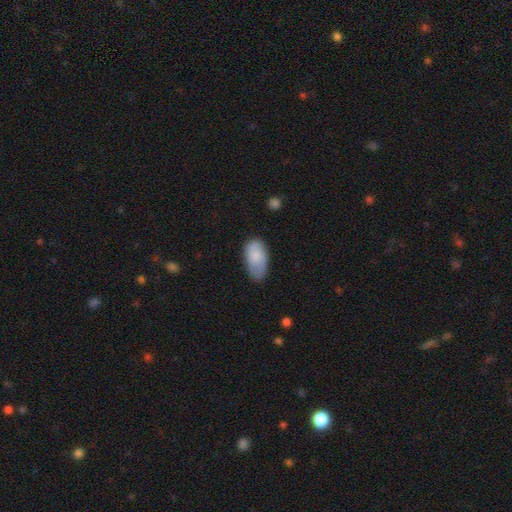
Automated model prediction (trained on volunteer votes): A smooth galaxy with no disk features (76%) that is in between round and cigar-shaped (94%).

Vote fractions:
- Smooth or featured? smooth: 76% / featured or disk: 18% / star or artifact: 6%
- How rounded? in between: 94% / round: 3% / cigar-shaped: 3%
- Merging? none: 60% / minor disturbance: 32% / major disturbance: 7% / merger: 2%